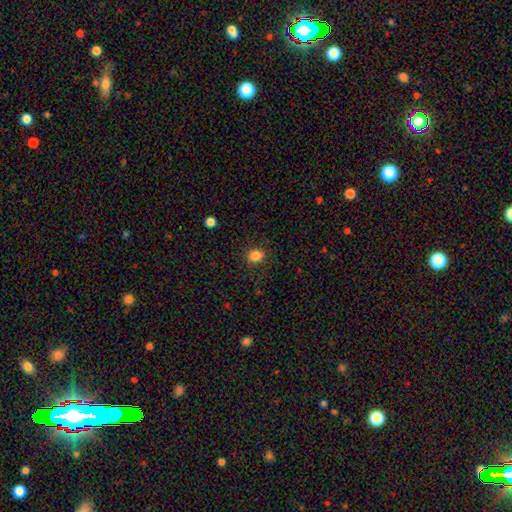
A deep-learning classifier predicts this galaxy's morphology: The model was most divided on "how rounded": round: 72%, in between: 27%, cigar-shaped: 1%. More confident: merging — none (87%); smooth or featured — smooth (85%).